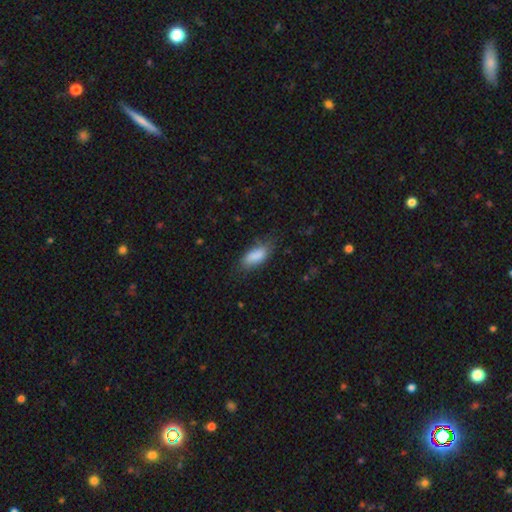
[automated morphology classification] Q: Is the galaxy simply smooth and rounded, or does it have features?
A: smooth — 86%.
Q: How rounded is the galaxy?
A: in between — 84%.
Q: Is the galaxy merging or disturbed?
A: none — 66%.